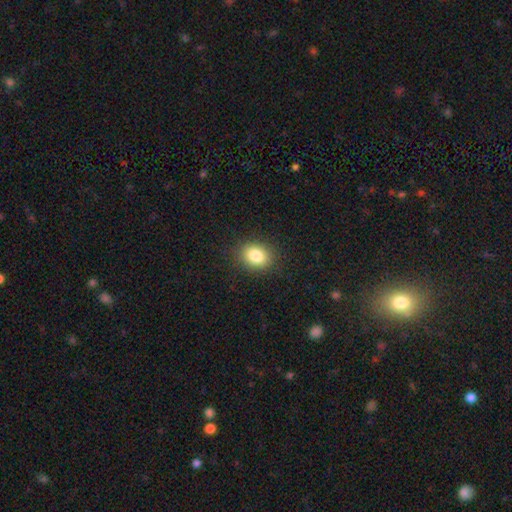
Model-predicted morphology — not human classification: Smooth or featured? Predicted: smooth (p=0.84). How rounded? Predicted: in between (p=0.54). Merging? Predicted: none (p=0.88).